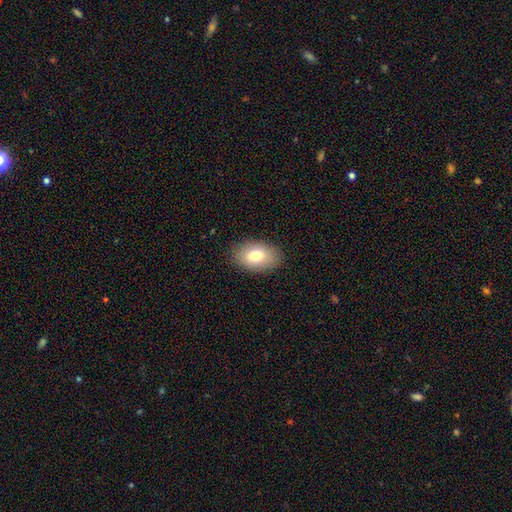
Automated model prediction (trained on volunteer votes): smooth-or-featured: smooth: 78% | featured or disk: 15% | star or artifact: 8%
  how-rounded: in between: 91% | round: 7% | cigar-shaped: 1%
  merging: none: 87% | minor disturbance: 10% | major disturbance: 3% | merger: 1%